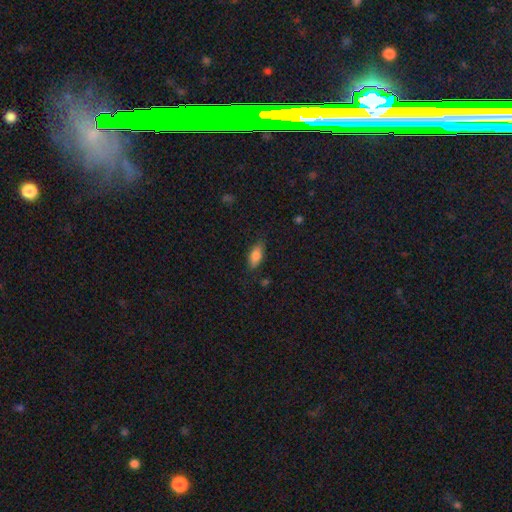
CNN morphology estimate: Smooth or featured? smooth (78%)
How rounded? in between (79%)
Merging? none (77%)